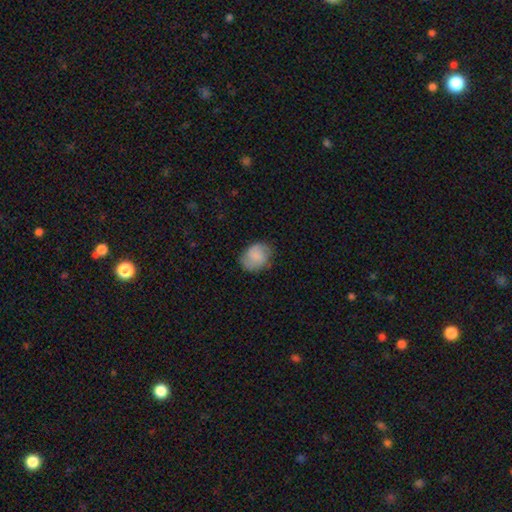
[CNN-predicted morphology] smooth 77%, featured or disk 16%, star or artifact 7%. Down the decision tree: how rounded — in between (54%); merging — none (74%).